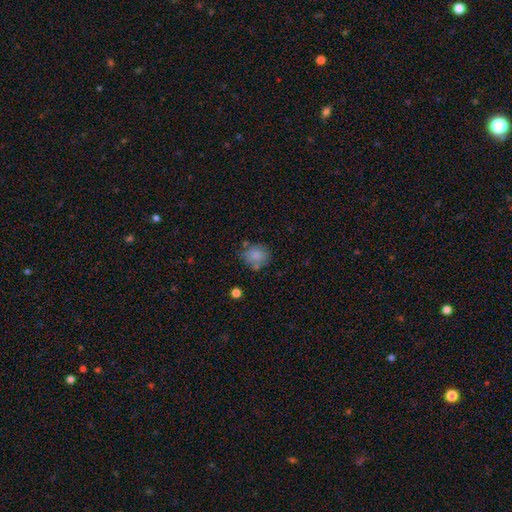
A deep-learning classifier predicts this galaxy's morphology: type=smooth (81%); roundness=round (77%); merging=none (63%).